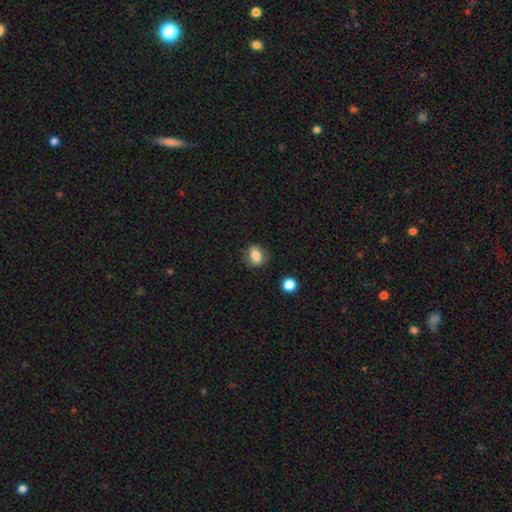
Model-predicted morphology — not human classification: This is likely a smooth galaxy (79%). How rounded: possibly in between (56%). Merging: clearly none (83%).